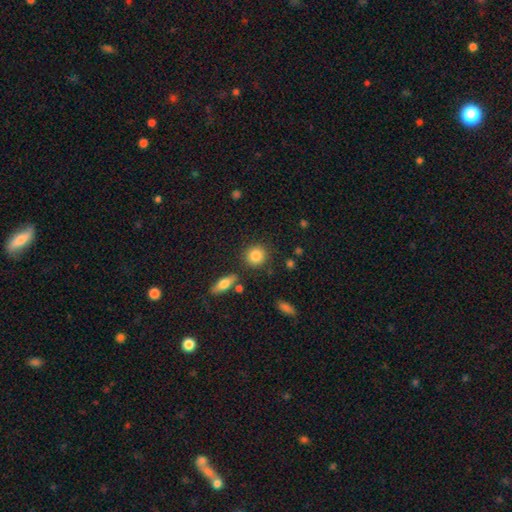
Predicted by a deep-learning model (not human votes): smooth 85%, star or artifact 8%, featured or disk 7%. Down the decision tree: how rounded — round (84%); merging — none (83%).